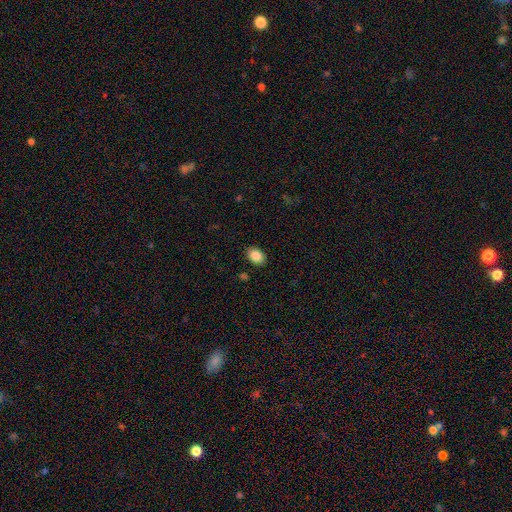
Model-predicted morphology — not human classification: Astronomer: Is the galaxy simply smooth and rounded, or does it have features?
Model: smooth — 87%.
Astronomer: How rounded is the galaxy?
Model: in between — 80%.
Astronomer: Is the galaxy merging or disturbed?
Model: none — 88%.